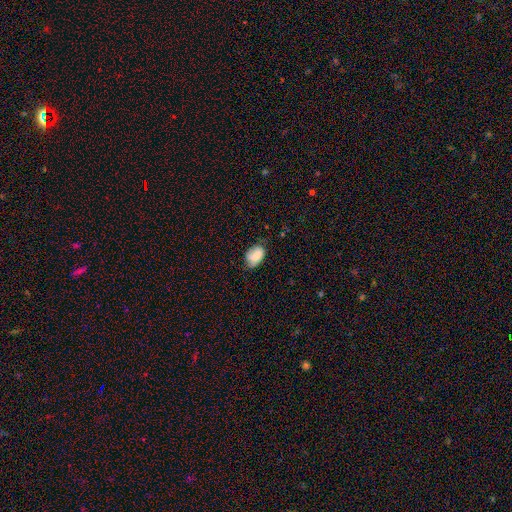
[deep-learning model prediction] Q: Smooth or featured?
A: smooth (74%); runner-up: featured or disk (18%)
Q: How rounded?
A: in between (86%); runner-up: round (13%)
Q: Merging?
A: none (53%); runner-up: minor disturbance (36%)